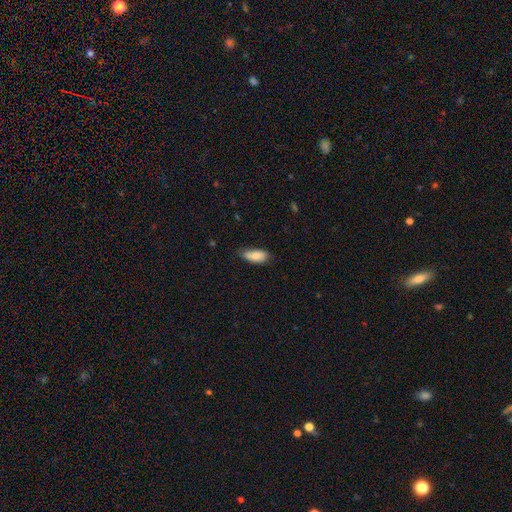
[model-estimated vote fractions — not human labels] smooth_or_featured: smooth (p=0.82) [alt: featured or disk p=0.11]
how_rounded: in between (p=0.86) [alt: cigar-shaped p=0.12]
merging: none (p=0.65) [alt: minor disturbance p=0.29]